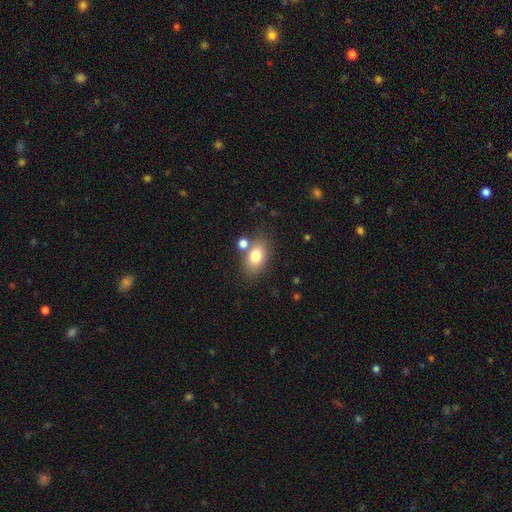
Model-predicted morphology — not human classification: A smooth galaxy with no disk features (76%) that is in between round and cigar-shaped (80%). Merging: none (69%).